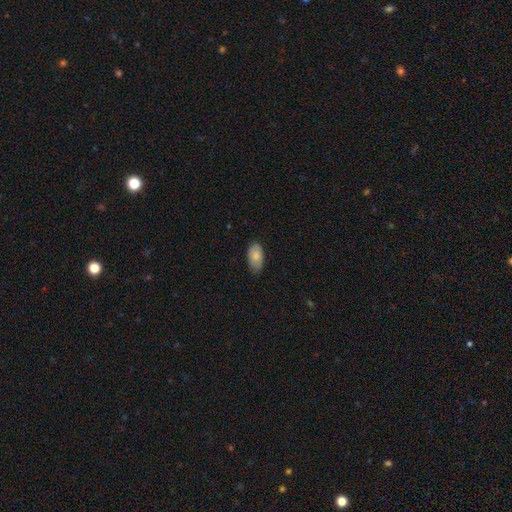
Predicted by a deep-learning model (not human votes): Smooth or featured?
  - smooth: 82% *
  - featured or disk: 12%
  - star or artifact: 6%
How rounded?
  - in between: 94% *
  - round: 3%
  - cigar-shaped: 2%
Merging?
  - none: 73% *
  - minor disturbance: 23%
  - major disturbance: 3%
  - merger: 1%